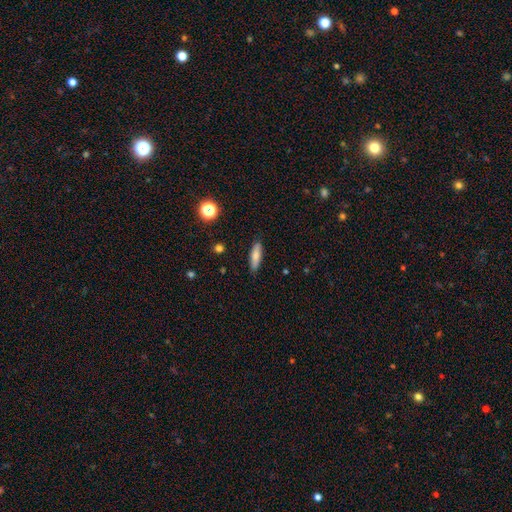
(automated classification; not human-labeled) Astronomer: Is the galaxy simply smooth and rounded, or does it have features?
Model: smooth — 78%.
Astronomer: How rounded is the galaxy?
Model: cigar-shaped — 61% (runner-up: in between, 36%).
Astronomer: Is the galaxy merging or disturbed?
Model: none — 87%.